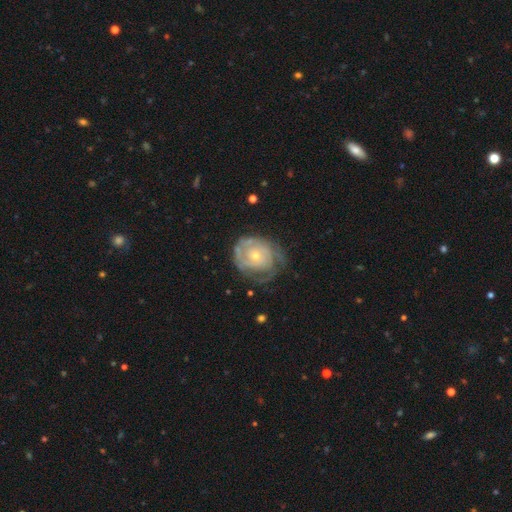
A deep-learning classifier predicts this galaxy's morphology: A featured or disk galaxy (80%) with no bar (81%), tight (72%) spiral arms (89%) and a small central bulge (58%). Merging: none (63%).